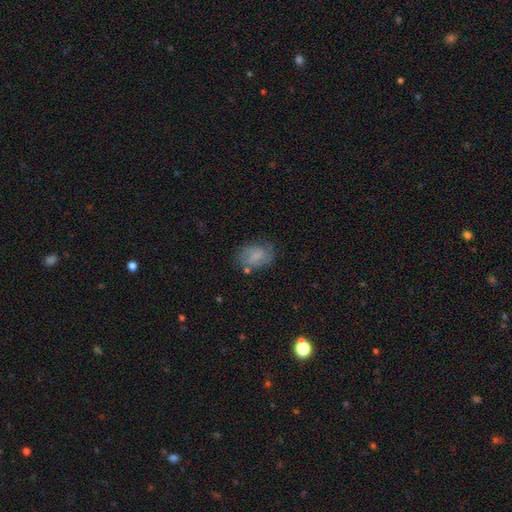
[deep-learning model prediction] Q: Smooth or featured?
A: smooth (56%); runner-up: featured or disk (34%)
Q: How rounded?
A: in between (75%); runner-up: round (23%)
Q: Merging?
A: none (64%); runner-up: minor disturbance (23%)